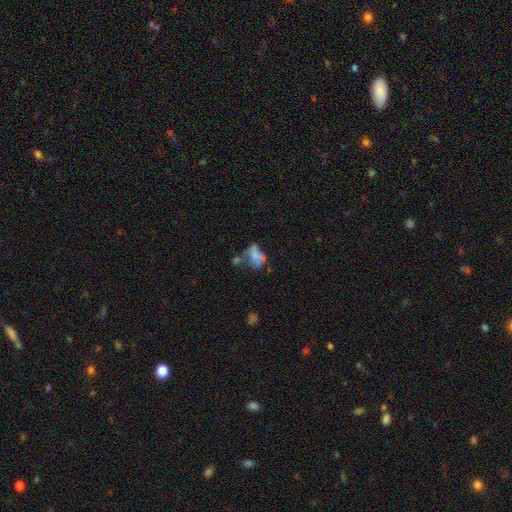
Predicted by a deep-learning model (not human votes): A smooth galaxy with no disk features (52%) that is in between round and cigar-shaped (81%).

Vote fractions:
- Smooth or featured? smooth: 52% / featured or disk: 34% / star or artifact: 14%
- How rounded? in between: 81% / round: 15% / cigar-shaped: 4%
- Merging? major disturbance: 30% / merger: 28% / none: 24% / minor disturbance: 18%